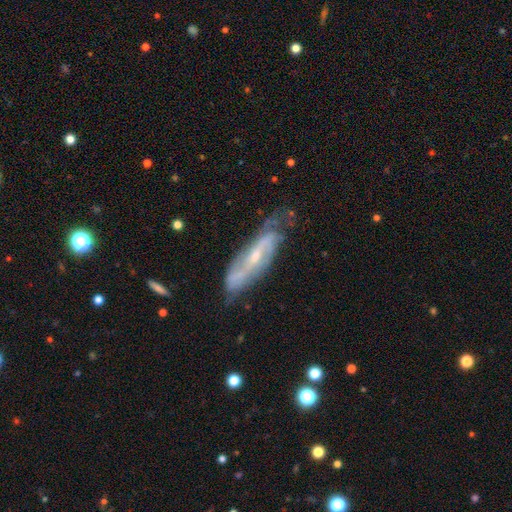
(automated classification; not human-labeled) Smooth or featured? Predicted: featured or disk (p=0.83). Edge-on disk? Predicted: no (p=0.79). Bar? Predicted: weak (p=0.39). Spiral arms? Predicted: yes (p=0.93). Spiral winding? Predicted: medium (p=0.42). Spiral arm count? Predicted: 2 (p=0.73). Bulge size? Predicted: small (p=0.65). Merging? Predicted: none (p=0.63).